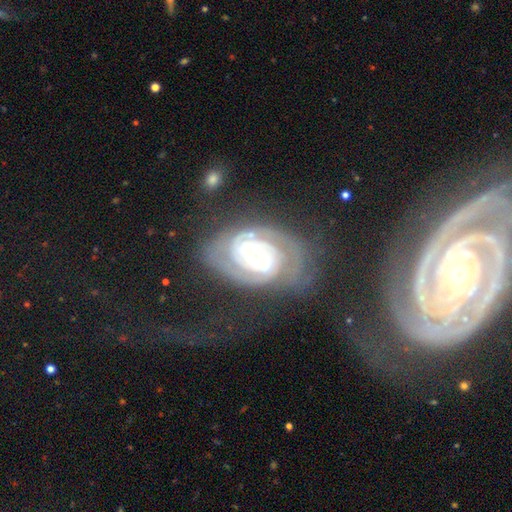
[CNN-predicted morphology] smooth-or-featured: featured or disk: 89% | smooth: 6% | star or artifact: 5%
  disk-edge-on: no: 97% | yes: 3%
    bar: weak: 42% | no: 32% | strong: 26%
    has-spiral-arms: yes: 95% | no: 5%
      spiral-winding: tight: 71% | medium: 23% | loose: 6%
      spiral-arm-count: 2: 62% | can't tell: 15% | 3: 10% | 1: 5% | 4: 4% | more than 4: 3%
    bulge-size: moderate: 68% | small: 18% | large: 12% | dominant: 1% | none: 1%
  merging: none: 63% | minor disturbance: 19% | major disturbance: 16% | merger: 2%